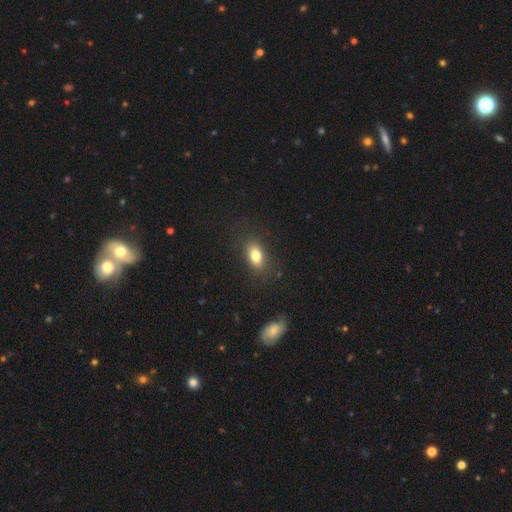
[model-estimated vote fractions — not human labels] Q: Smooth or featured?
A: smooth (80%); runner-up: star or artifact (10%)
Q: How rounded?
A: in between (82%); runner-up: round (15%)
Q: Merging?
A: none (83%); runner-up: minor disturbance (12%)